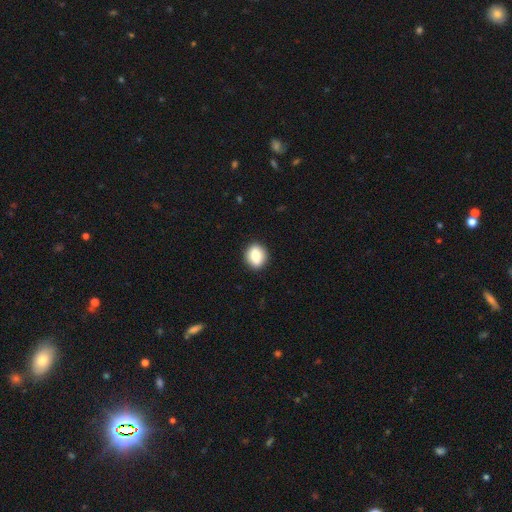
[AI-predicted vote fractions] The model was most divided on "how rounded": round: 52%, in between: 46%, cigar-shaped: 2%. More confident: merging — none (89%); smooth or featured — smooth (82%).